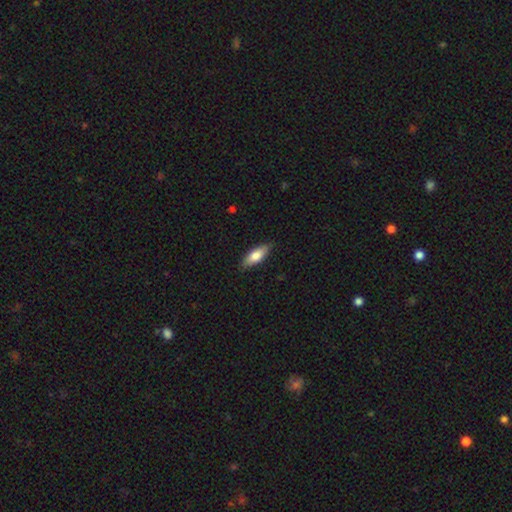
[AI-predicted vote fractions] This appears to be a smooth galaxy with no disk features (74%) that is in between round and cigar-shaped (68%). Merging: none (86%).